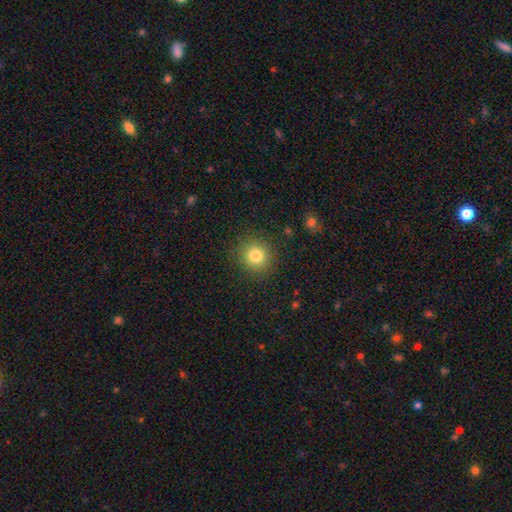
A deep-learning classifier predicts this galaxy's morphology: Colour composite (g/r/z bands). It shows a smooth galaxy with no disk features (81%) that is round (91%). Merging: none (89%).